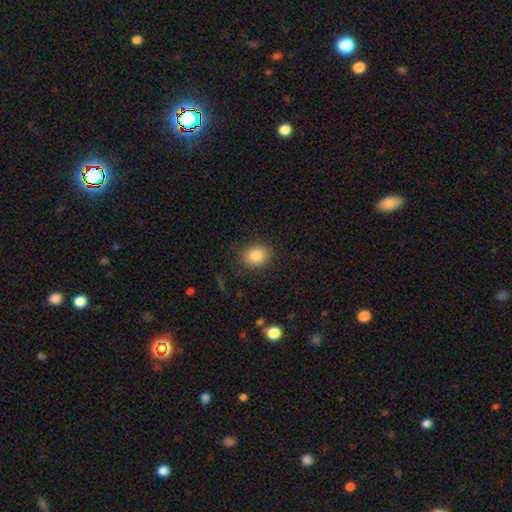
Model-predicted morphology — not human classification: Smooth or featured? smooth (85%)
How rounded? round (56%)
Merging? none (85%)